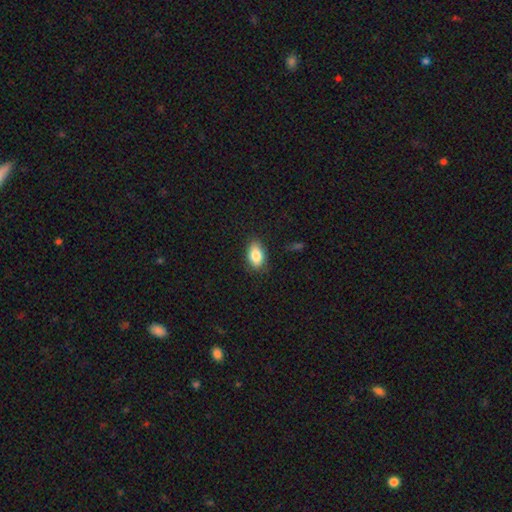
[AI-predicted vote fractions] Q: Smooth or featured?
A: smooth (84%); runner-up: featured or disk (9%)
Q: How rounded?
A: in between (89%); runner-up: round (9%)
Q: Merging?
A: none (82%); runner-up: minor disturbance (14%)